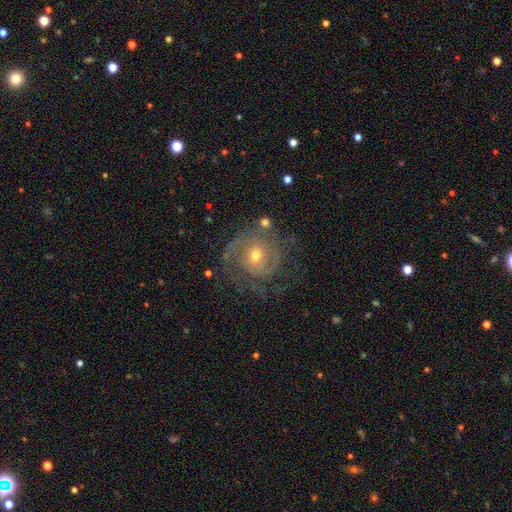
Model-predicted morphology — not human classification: A featured or disk galaxy (77%) with no bar (68%), tight (55%) spiral arms (87%) and a moderate central bulge (54%). Merging: none (60%).